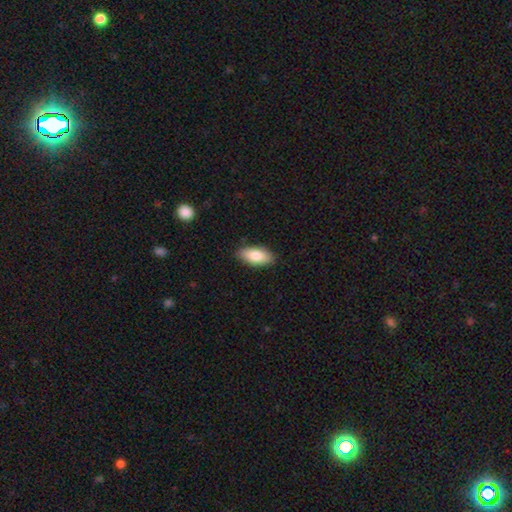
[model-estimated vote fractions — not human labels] Smooth or featured? smooth (81%)
How rounded? in between (89%)
Merging? none (87%)